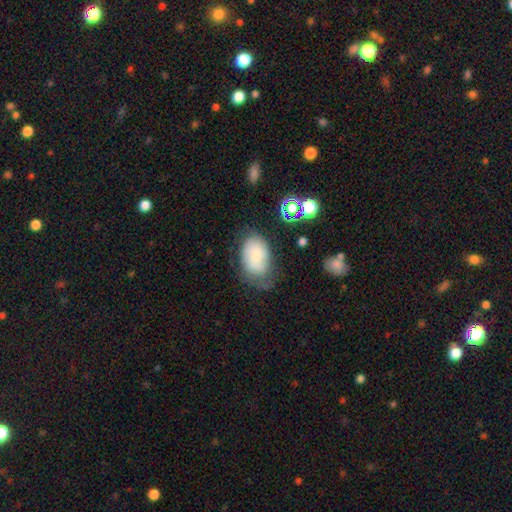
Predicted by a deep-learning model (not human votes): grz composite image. It shows a smooth galaxy with no disk features (72%) that is in between round and cigar-shaped (87%). Merging: none (46%).